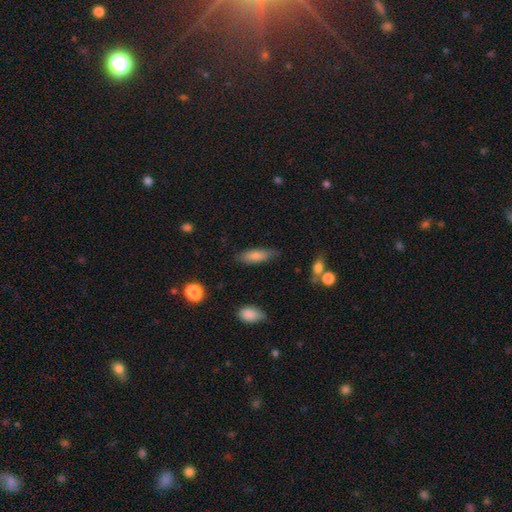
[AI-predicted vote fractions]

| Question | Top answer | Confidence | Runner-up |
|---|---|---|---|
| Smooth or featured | smooth | 81% | featured or disk (12%) |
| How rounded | in between | 58% | cigar-shaped (40%) |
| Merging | none | 78% | minor disturbance (17%) |